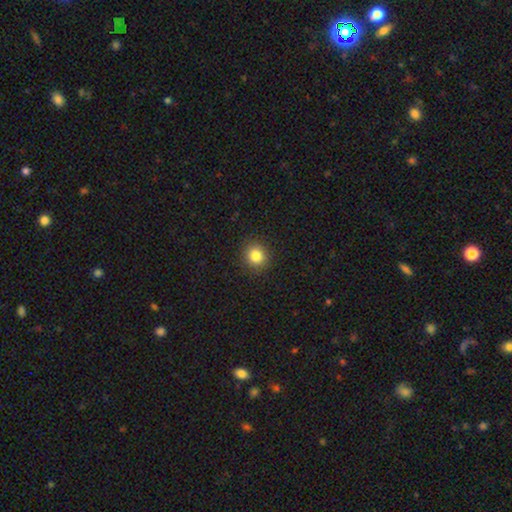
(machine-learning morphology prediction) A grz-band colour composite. It shows a smooth galaxy with no disk features (83%) that is round (89%). Merging: none (92%).